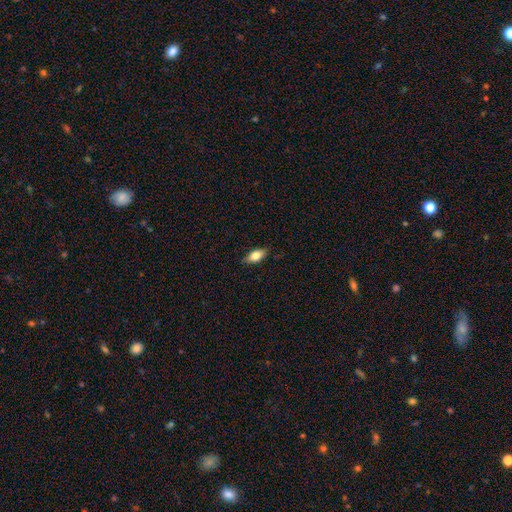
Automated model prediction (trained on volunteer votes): Morphology: type=smooth (69%); roundness=in between (83%); merging=none (84%).